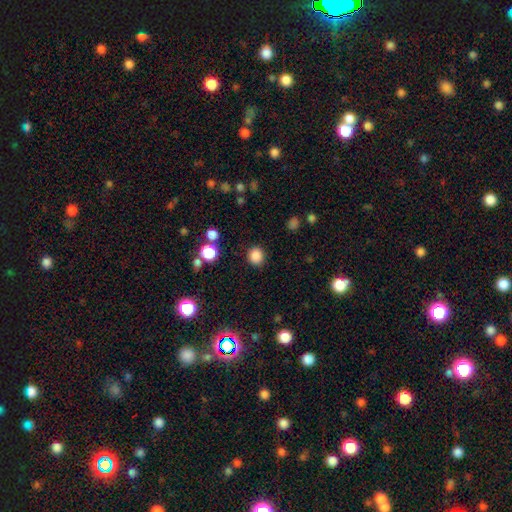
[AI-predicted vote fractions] The model was most divided on "how rounded": round: 81%, in between: 18%, cigar-shaped: 1%. More confident: merging — none (87%); smooth or featured — smooth (85%).